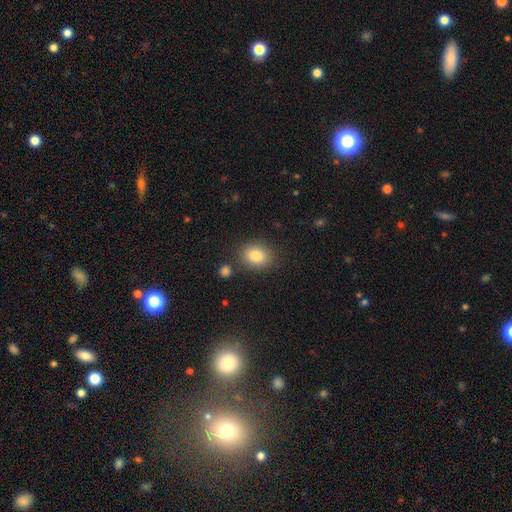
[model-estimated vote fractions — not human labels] smooth 83%, star or artifact 9%, featured or disk 7%. Down the decision tree: how rounded — in between (55%); merging — none (81%).